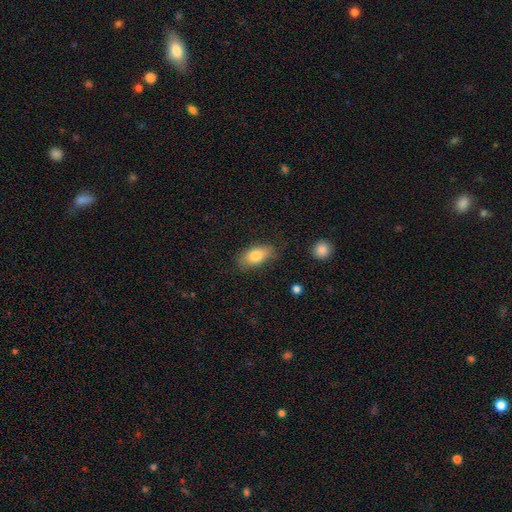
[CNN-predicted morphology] Q: Smooth or featured?
A: smooth (80%); runner-up: featured or disk (13%)
Q: How rounded?
A: in between (89%); runner-up: cigar-shaped (6%)
Q: Merging?
A: none (76%); runner-up: minor disturbance (18%)